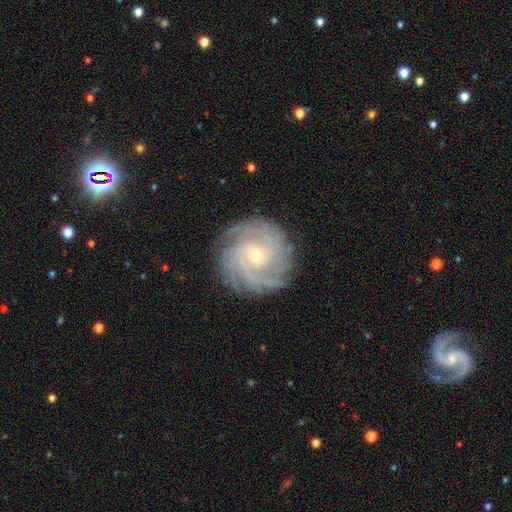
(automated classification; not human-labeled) Smooth or featured? featured or disk (89%)
Edge-on disk? no (98%)
Bar? no (63%)
Spiral arms? yes (98%)
Spiral winding? tight (75%)
Spiral arm count? 4 (31%)
Bulge size? small (70%)
Merging? none (84%)